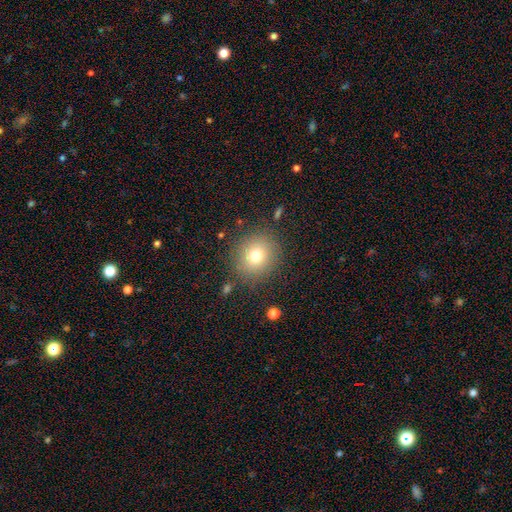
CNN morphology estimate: Smooth or featured? Predicted: smooth (p=0.75). How rounded? Predicted: round (p=0.88). Merging? Predicted: none (p=0.85).